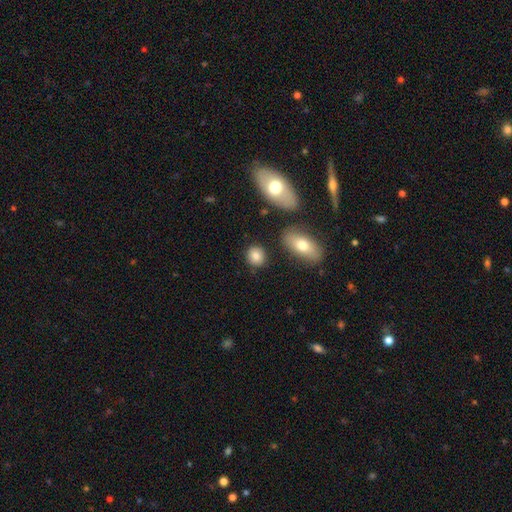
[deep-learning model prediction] The model was most divided on "how rounded": round: 79%, in between: 20%, cigar-shaped: 2%. More confident: merging — none (85%); smooth or featured — smooth (84%).